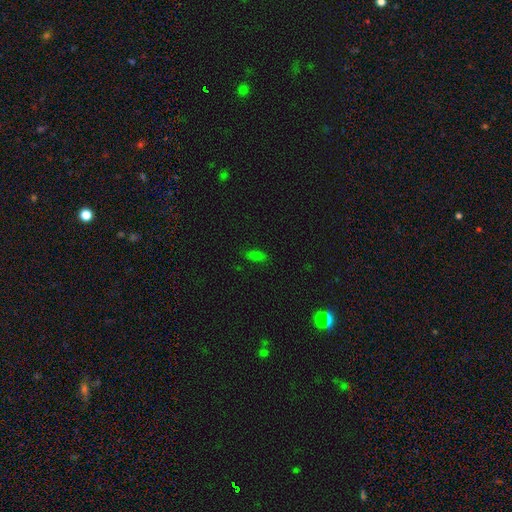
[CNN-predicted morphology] The model was most divided on "smooth or featured": smooth: 76%, star or artifact: 16%, featured or disk: 8%. More confident: merging — none (82%); how rounded — in between (79%).